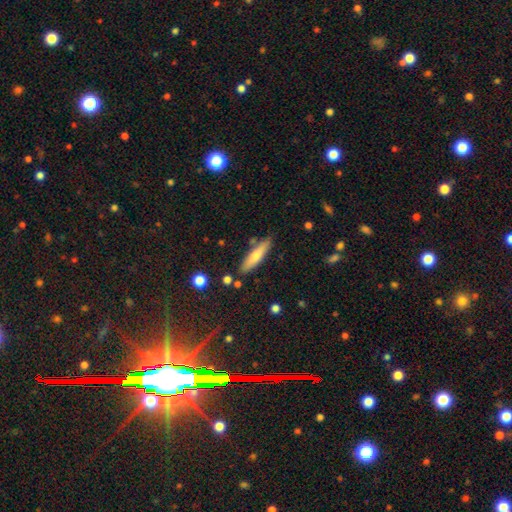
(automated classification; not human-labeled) This appears to be a smooth galaxy with no disk features (64%) that is cigar-shaped (78%). Merging: none (81%).